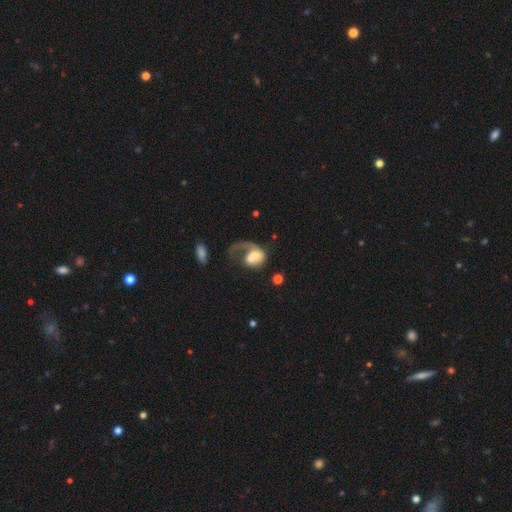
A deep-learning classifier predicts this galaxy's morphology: type=featured or disk (56%); edge-on=no (97%); bar=no (76%); spiral arms=yes (66%); bulge=moderate (44%); merging=merger (37%, tied with major disturbance).